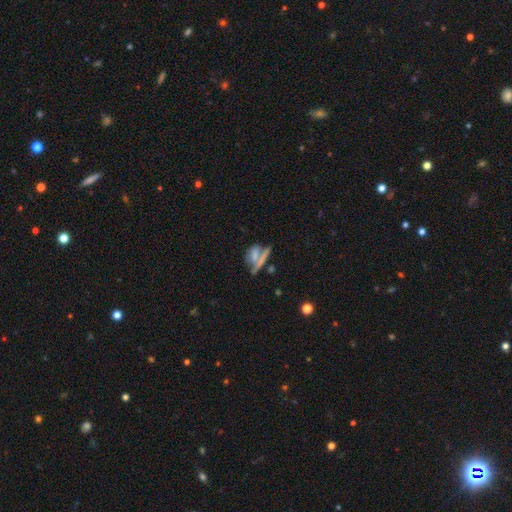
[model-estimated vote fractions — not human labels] The model was most divided on "how rounded": in between: 44%, cigar-shaped: 39%, round: 16%. Remaining: smooth or featured — smooth (54%); merging — merger (43%).